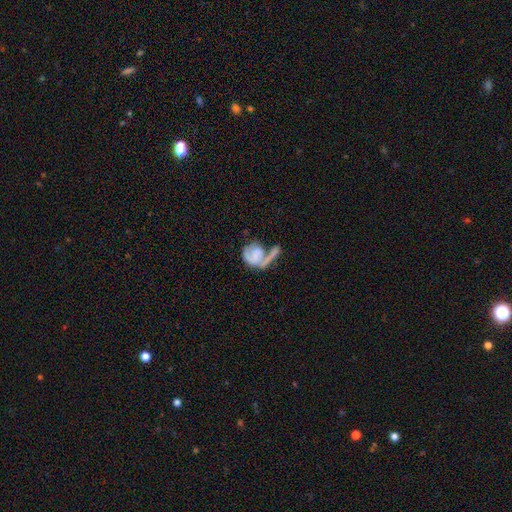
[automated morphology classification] type=featured or disk (50%); merging=merger (39%).